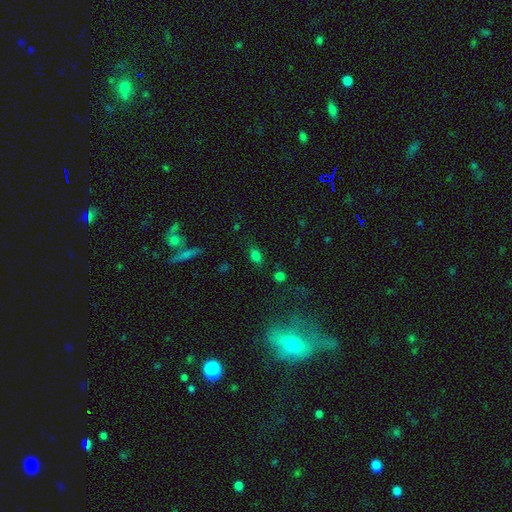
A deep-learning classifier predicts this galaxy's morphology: A smooth galaxy with no disk features (76%) that is in between round and cigar-shaped (81%).

Vote fractions:
- Smooth or featured? smooth: 76% / star or artifact: 17% / featured or disk: 7%
- How rounded? in between: 81% / round: 15% / cigar-shaped: 4%
- Merging? none: 76% / minor disturbance: 15% / major disturbance: 5% / merger: 4%